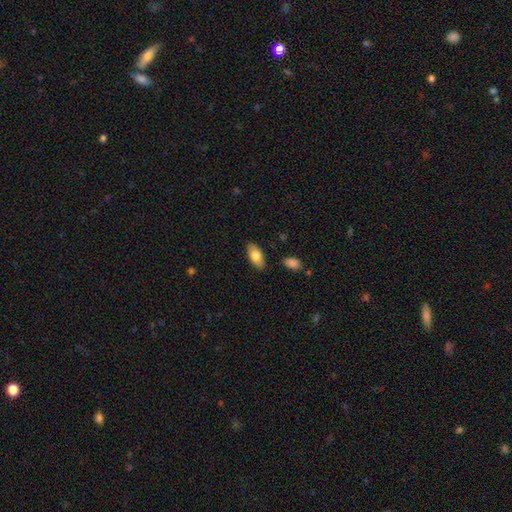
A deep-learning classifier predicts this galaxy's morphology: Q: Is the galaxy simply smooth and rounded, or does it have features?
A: smooth — 77%.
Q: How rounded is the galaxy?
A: in between — 90%.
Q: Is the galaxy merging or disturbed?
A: none — 85%.